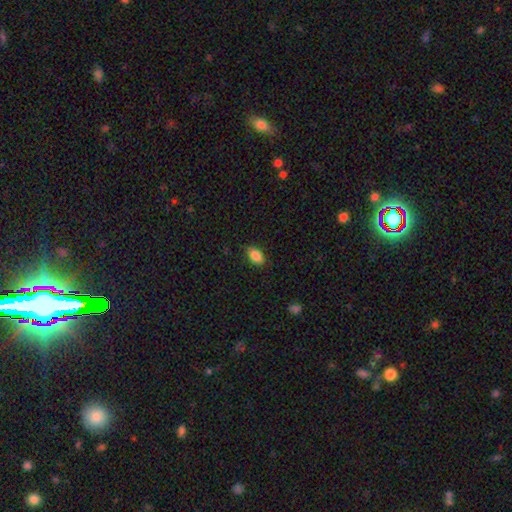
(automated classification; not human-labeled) smooth_or_featured: smooth (p=0.87) [alt: star or artifact p=0.08]
how_rounded: in between (p=0.90) [alt: round p=0.08]
merging: none (p=0.87) [alt: minor disturbance p=0.10]